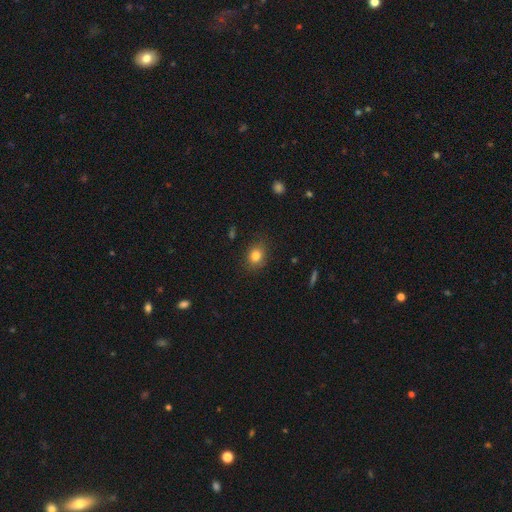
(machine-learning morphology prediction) A smooth galaxy with no disk features (82%) that is round (59%). Merging: none (83%).